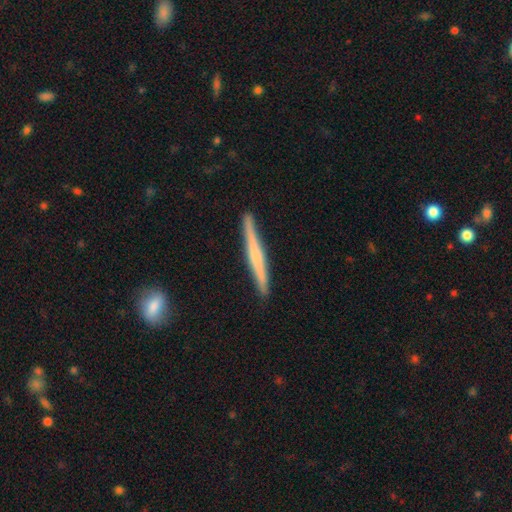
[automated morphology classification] smooth-or-featured: featured or disk: 55% | smooth: 39% | star or artifact: 5%
  disk-edge-on: yes: 98% | no: 2%
    edge-on-bulge: none: 45% | rounded: 41% | boxy: 14%
  merging: none: 91% | minor disturbance: 7% | major disturbance: 1% | merger: 1%